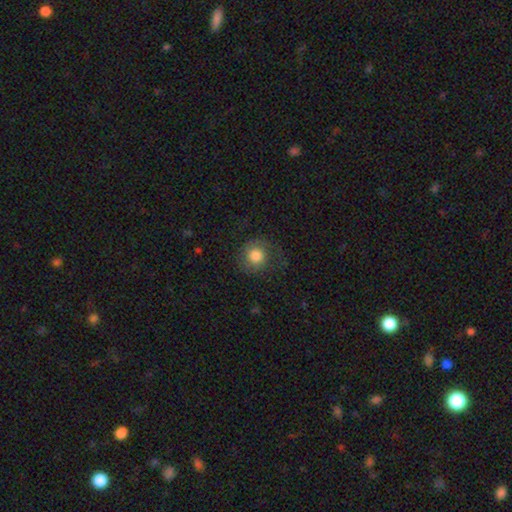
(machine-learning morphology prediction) Q: Smooth or featured?
A: smooth (76%); runner-up: featured or disk (16%)
Q: How rounded?
A: round (89%); runner-up: in between (10%)
Q: Merging?
A: none (67%); runner-up: minor disturbance (18%)